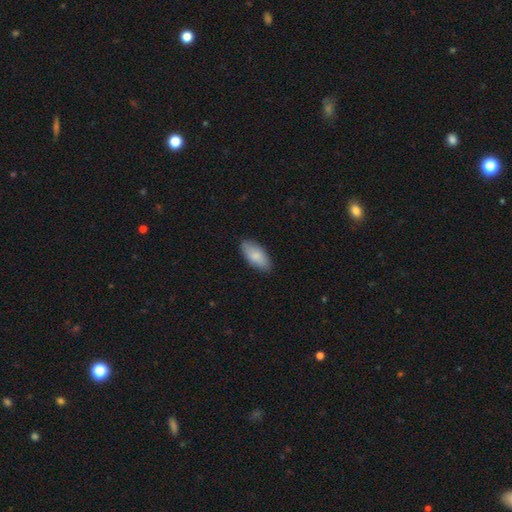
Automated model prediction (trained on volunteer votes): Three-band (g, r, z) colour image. It shows a smooth galaxy with no disk features (84%) that is in between round and cigar-shaped (89%). Merging: none (85%).